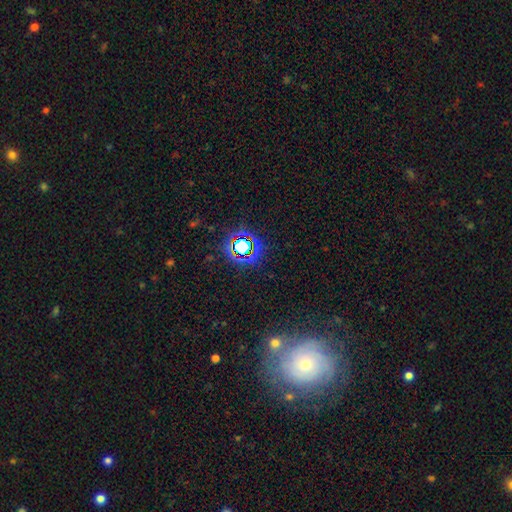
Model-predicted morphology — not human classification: star or artifact 44%, featured or disk 31%, smooth 25%.